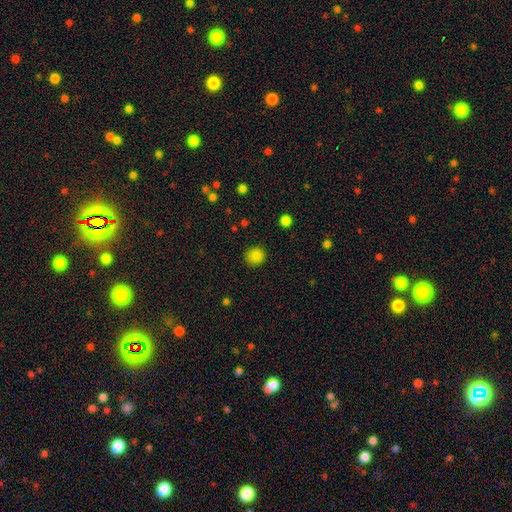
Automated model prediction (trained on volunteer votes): This is clearly a smooth galaxy (85%). How rounded: clearly round (90%). Merging: clearly none (89%).